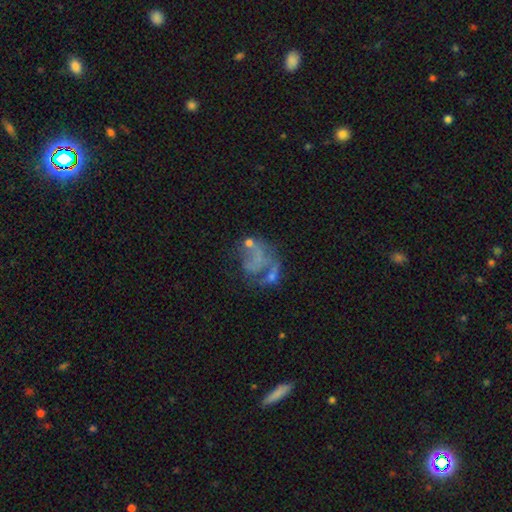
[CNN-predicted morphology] featured or disk 54%, smooth 30%, star or artifact 16%. Down the decision tree: edge-on disk — no (98%); bar — no (88%); spiral arms — no (79%); bulge size — none (78%); merging — major disturbance (36%).